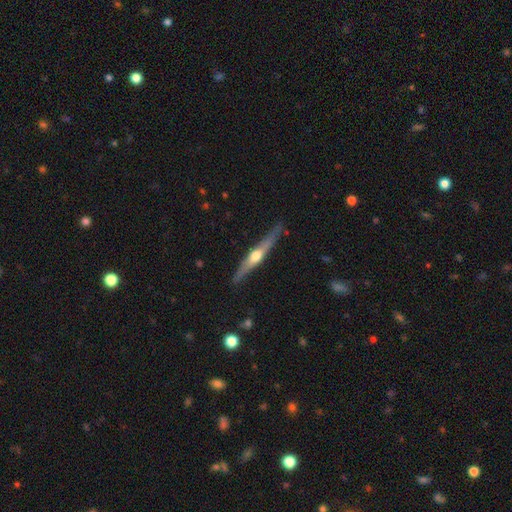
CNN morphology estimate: Overall: featured or disk (71%). Edge-on disk: yes (97%). Edge-on bulge: rounded (93%). Merging: none (87%).